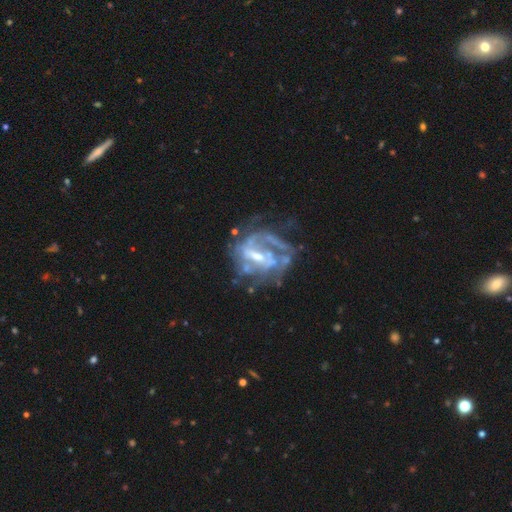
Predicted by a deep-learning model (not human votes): Morphology: type=featured or disk (84%); edge-on=no (97%); bar=weak (44%); spiral arms=yes (75%); winding=medium (40%); arm count=can't tell (39%); bulge=small (44%); merging=none (40%).